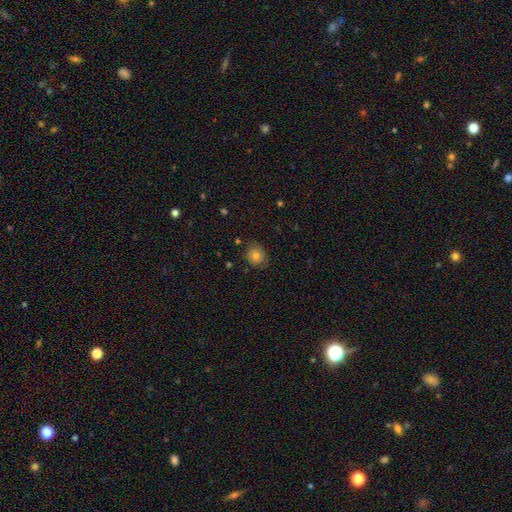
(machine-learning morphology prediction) Smooth or featured? smooth (75%)
How rounded? round (78%)
Merging? none (79%)